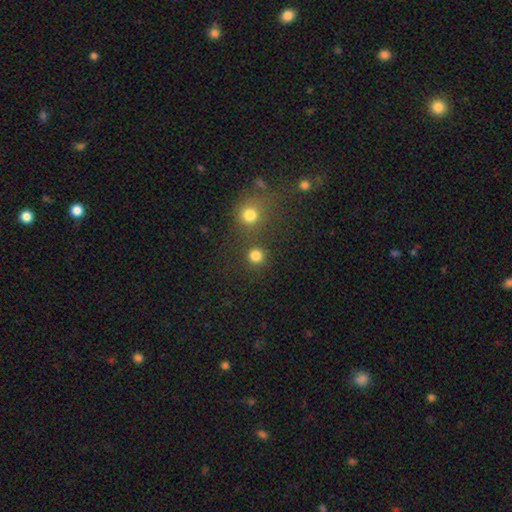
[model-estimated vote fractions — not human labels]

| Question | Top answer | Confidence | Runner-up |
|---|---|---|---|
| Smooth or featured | smooth | 82% | star or artifact (14%) |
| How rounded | round | 93% | in between (6%) |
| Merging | none | 79% | merger (12%) |